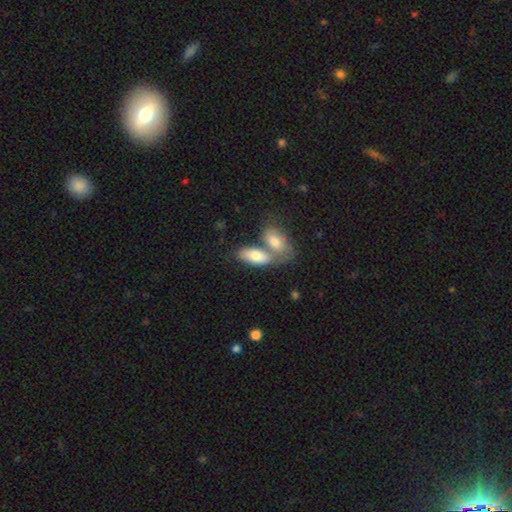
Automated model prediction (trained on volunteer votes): Smooth or featured? smooth (76%)
How rounded? in between (87%)
Merging? merger (58%)